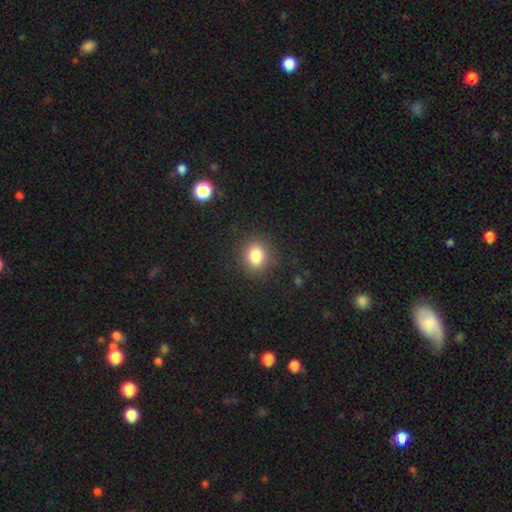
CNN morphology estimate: A smooth galaxy with no disk features (83%) that is round (70%).

Vote fractions:
- Smooth or featured? smooth: 83% / star or artifact: 11% / featured or disk: 6%
- How rounded? round: 70% / in between: 29% / cigar-shaped: 1%
- Merging? none: 86% / minor disturbance: 9% / major disturbance: 3% / merger: 1%